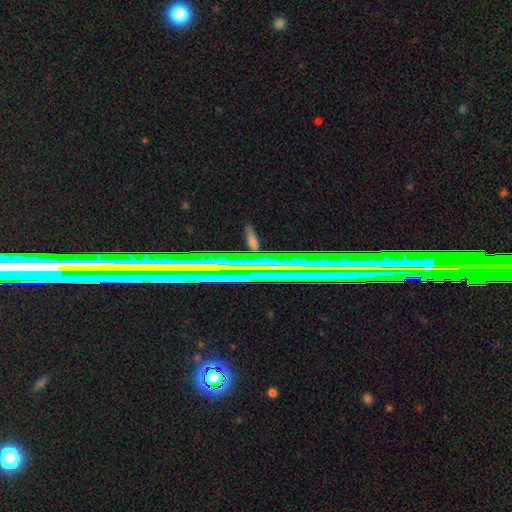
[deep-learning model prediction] smooth_or_featured: star or artifact (p=0.65) [alt: featured or disk p=0.22]